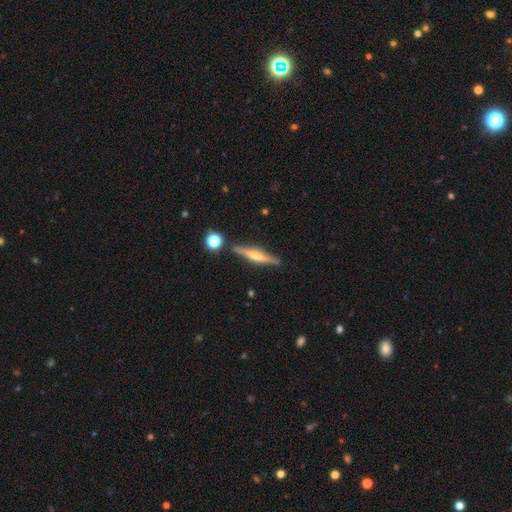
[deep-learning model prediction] Q: Smooth or featured?
A: featured or disk (70%); runner-up: smooth (23%)
Q: Edge-on disk?
A: yes (97%); runner-up: no (3%)
Q: Edge-on bulge?
A: rounded (80%); runner-up: boxy (10%)
Q: Merging?
A: none (85%); runner-up: minor disturbance (9%)